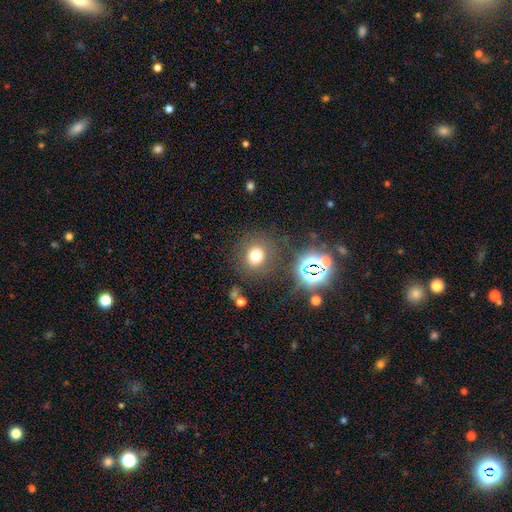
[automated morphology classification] Smooth or featured? Predicted: smooth (p=0.70). How rounded? Predicted: round (p=0.84). Merging? Predicted: none (p=0.81).